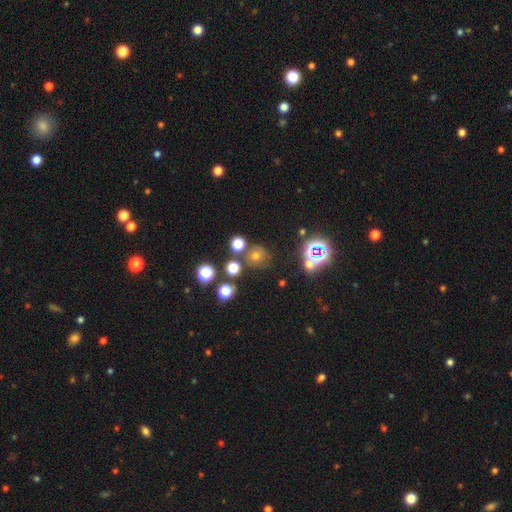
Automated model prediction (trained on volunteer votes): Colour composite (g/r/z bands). It shows a smooth galaxy with no disk features (57%) that is round (88%). Merging: none (73%).